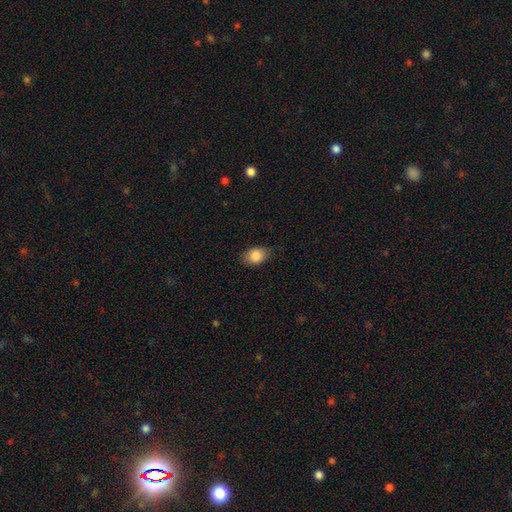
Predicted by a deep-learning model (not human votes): smooth-or-featured: smooth: 87% | star or artifact: 8% | featured or disk: 6%
  how-rounded: in between: 73% | round: 26% | cigar-shaped: 1%
  merging: none: 76% | minor disturbance: 19% | major disturbance: 4% | merger: 1%